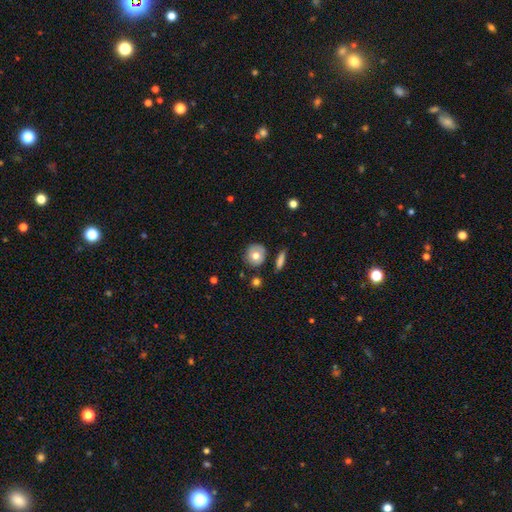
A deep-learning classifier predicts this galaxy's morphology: The model was most divided on "smooth or featured": smooth: 69%, featured or disk: 23%, star or artifact: 8%. More confident: how rounded — round (88%); merging — none (80%).